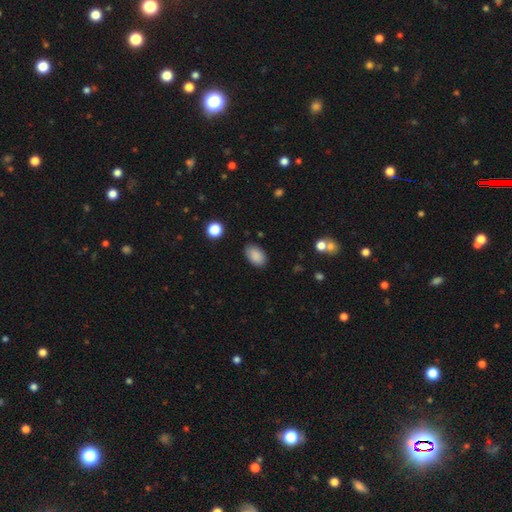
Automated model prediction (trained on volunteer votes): A smooth galaxy with no disk features (88%) that is in between round and cigar-shaped (91%). Merging: none (84%).